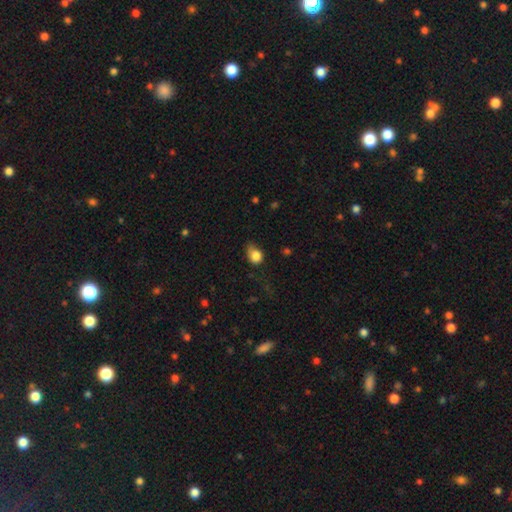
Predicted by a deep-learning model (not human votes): Smooth or featured: smooth — 84% (star or artifact — 9%)
How rounded: in between — 53% (round — 46%)
Merging: minor disturbance — 40% (none — 37%)